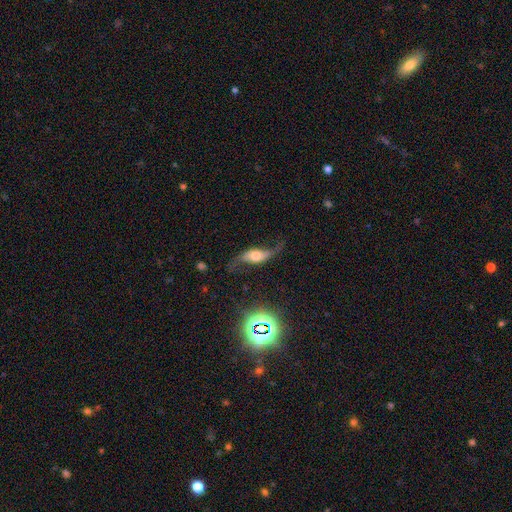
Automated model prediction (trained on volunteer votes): Smooth or featured?
  - featured or disk: 72% *
  - smooth: 17%
  - star or artifact: 11%
Edge-on disk?
  - no: 87% *
  - yes: 13%
Bar?
  - no: 57% *
  - weak: 27%
  - strong: 16%
Spiral arms?
  - yes: 92% *
  - no: 8%
Spiral winding?
  - loose: 91% *
  - medium: 7%
  - tight: 2%
Spiral arm count?
  - 2: 92% *
  - 1: 3%
  - can't tell: 2%
  - 3: 1%
  - 4: 1%
  - more than 4: 1%
Bulge size?
  - moderate: 49% *
  - small: 23%
  - large: 18%
  - dominant: 6%
  - none: 4%
Merging?
  - none: 64% *
  - minor disturbance: 19%
  - major disturbance: 15%
  - merger: 3%